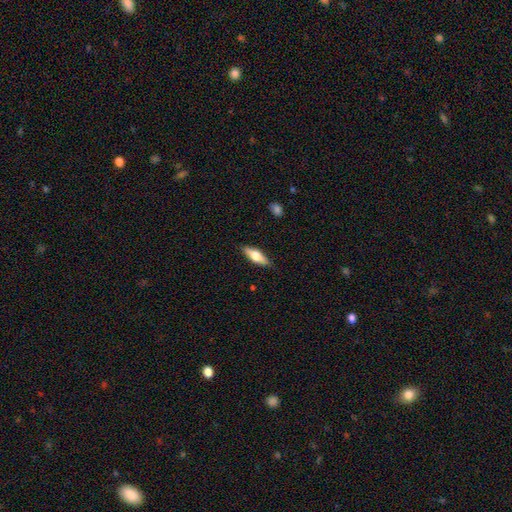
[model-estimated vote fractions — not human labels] Overall: smooth (52%; featured or disk 42%). How rounded: in between (55%; cigar-shaped 42%). Merging: none (87%).